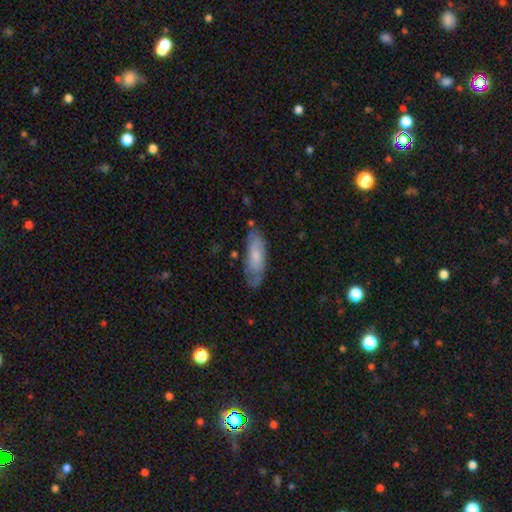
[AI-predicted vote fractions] Smooth or featured: smooth — 60% (featured or disk — 34%)
How rounded: in between — 64% (cigar-shaped — 34%)
Merging: none — 66% (minor disturbance — 24%)